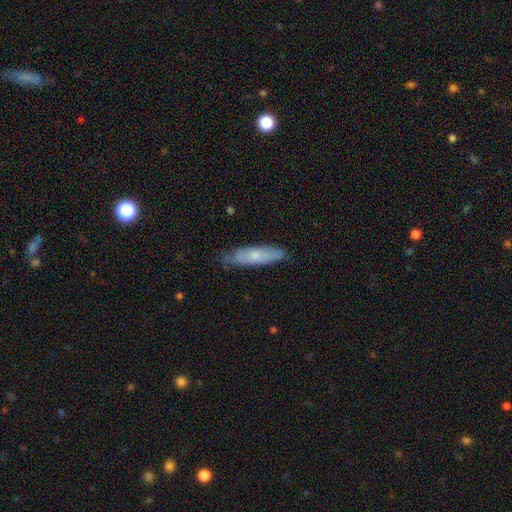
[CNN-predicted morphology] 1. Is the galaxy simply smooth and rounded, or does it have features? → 63% smooth, 31% featured or disk, 6% star or artifact.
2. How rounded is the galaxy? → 67% cigar-shaped, 31% in between, 2% round.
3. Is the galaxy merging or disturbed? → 73% none, 22% minor disturbance, 4% major disturbance, 1% merger.